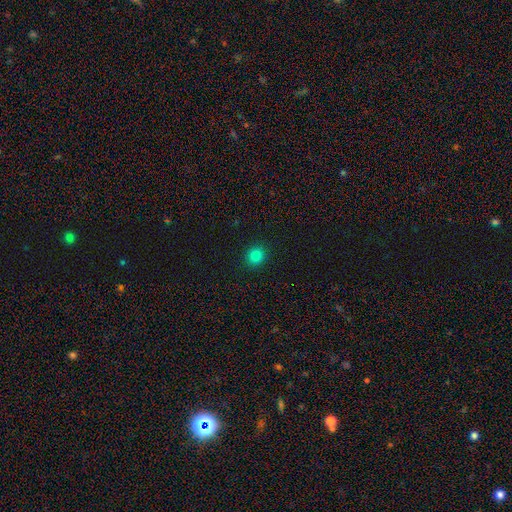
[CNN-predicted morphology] A smooth galaxy with no disk features (81%) that is round (85%).

Vote fractions:
- Smooth or featured? smooth: 81% / star or artifact: 14% / featured or disk: 5%
- How rounded? round: 85% / in between: 14% / cigar-shaped: 1%
- Merging? none: 92% / minor disturbance: 5% / major disturbance: 2% / merger: 1%